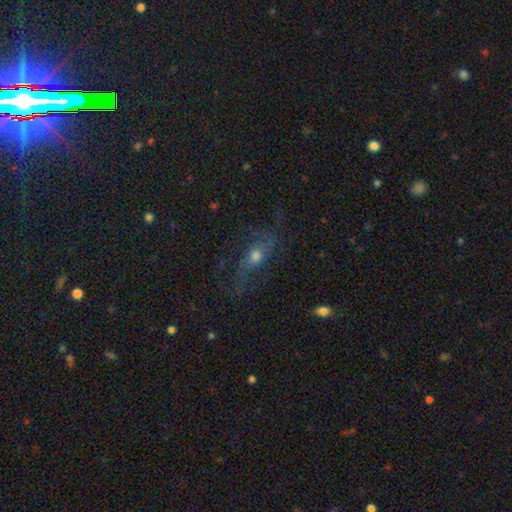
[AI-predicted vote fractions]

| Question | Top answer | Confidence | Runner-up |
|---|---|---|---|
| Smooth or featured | featured or disk | 45% | star or artifact (30%) |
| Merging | none | 70% | minor disturbance (17%) |